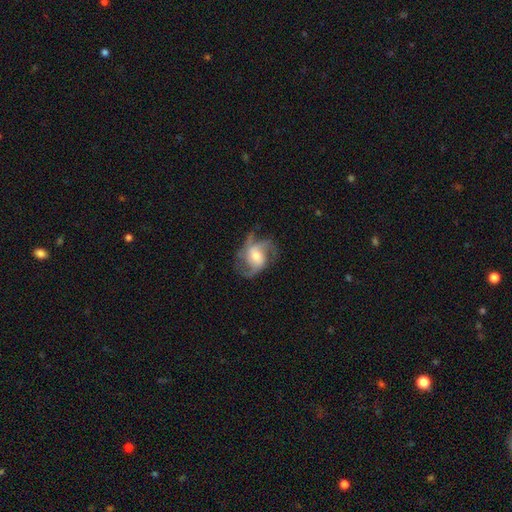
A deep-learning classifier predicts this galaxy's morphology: This appears to be a featured or disk galaxy (83%) with no bar (54%), 3 (54%) medium (52%) spiral arms (95%) and a moderate central bulge (60%). Merging: none (65%).